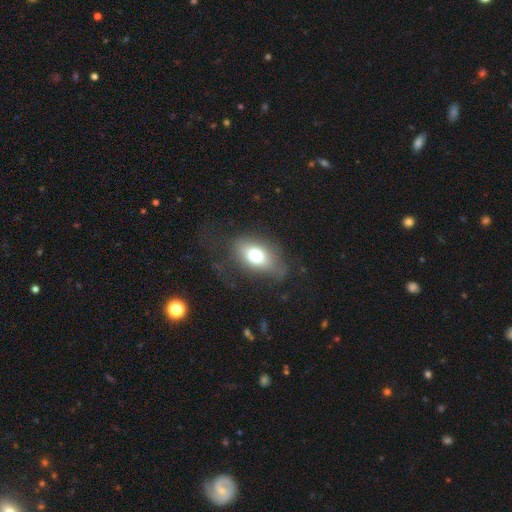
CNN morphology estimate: This is likely a smooth galaxy (64%). How rounded: likely in between (78%). Merging: possibly none (56%).